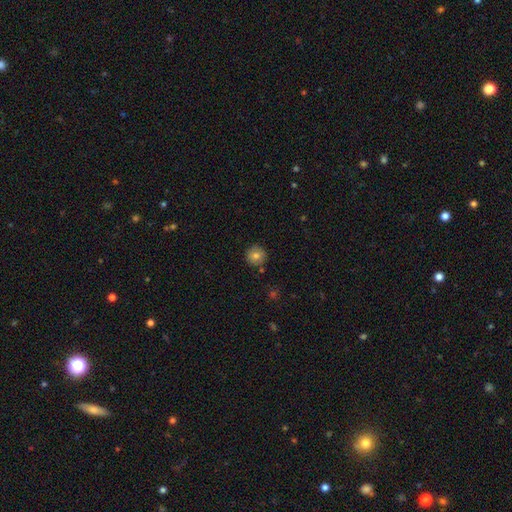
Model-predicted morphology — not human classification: This appears to be a smooth galaxy with no disk features (78%) that is round (95%). Merging: none (87%).